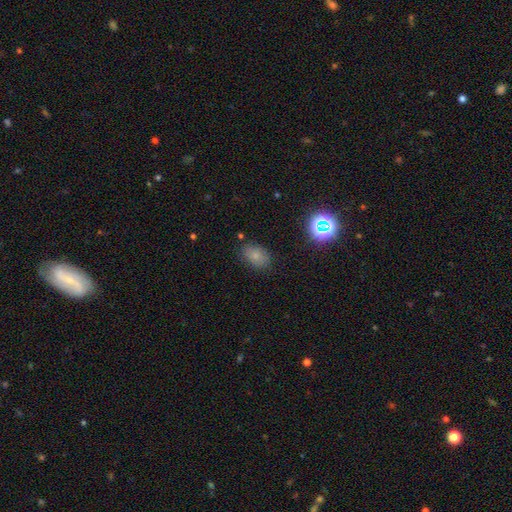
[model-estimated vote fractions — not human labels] A smooth galaxy with no disk features (75%) that is in between round and cigar-shaped (81%). Merging: none (79%).